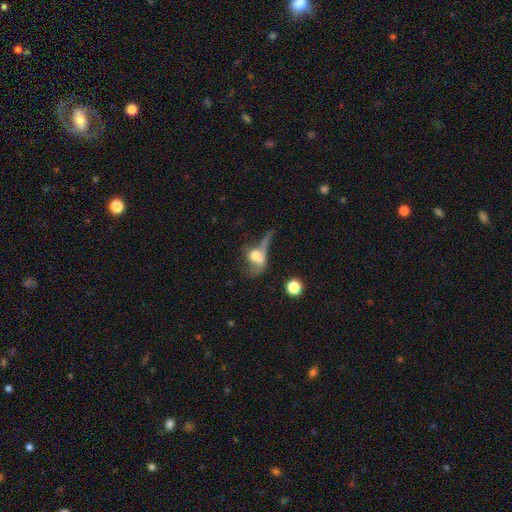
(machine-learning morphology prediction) The model was most divided on "smooth or featured": smooth: 47%, featured or disk: 41%, star or artifact: 12%. Remaining: merging — major disturbance (40%).